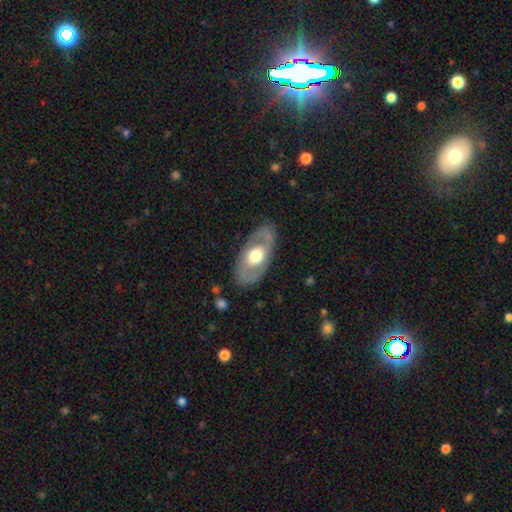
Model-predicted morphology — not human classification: featured or disk 63%, smooth 33%, star or artifact 5%. Down the decision tree: edge-on disk — no (88%); bar — no (79%); spiral arms — no (67%); bulge size — moderate (55%); merging — none (83%).